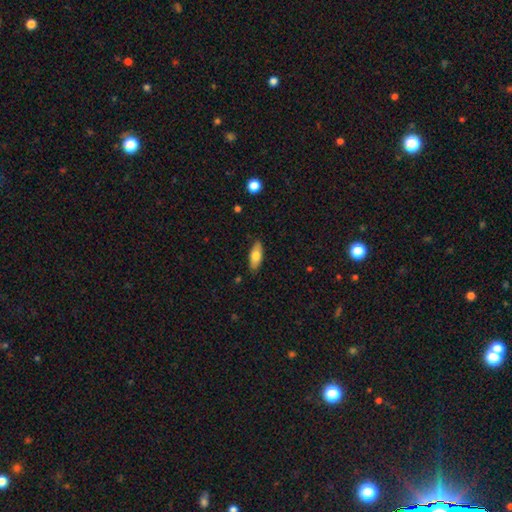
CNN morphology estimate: A smooth galaxy with no disk features (71%) that is in between round and cigar-shaped (75%). Merging: none (87%).